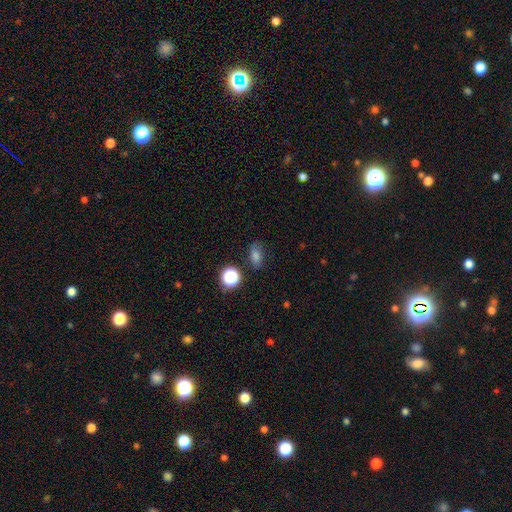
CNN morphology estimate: smooth 75%, star or artifact 16%, featured or disk 9%. Down the decision tree: how rounded — in between (77%); merging — none (74%).